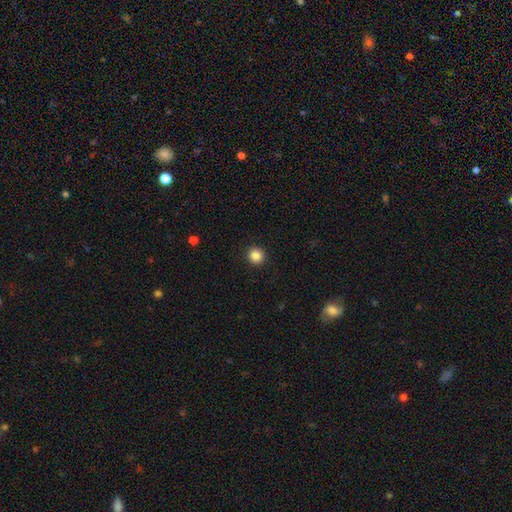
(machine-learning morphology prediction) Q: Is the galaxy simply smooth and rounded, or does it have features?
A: smooth — 86%.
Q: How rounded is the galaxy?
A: round — 94%.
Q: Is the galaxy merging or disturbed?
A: none — 93%.